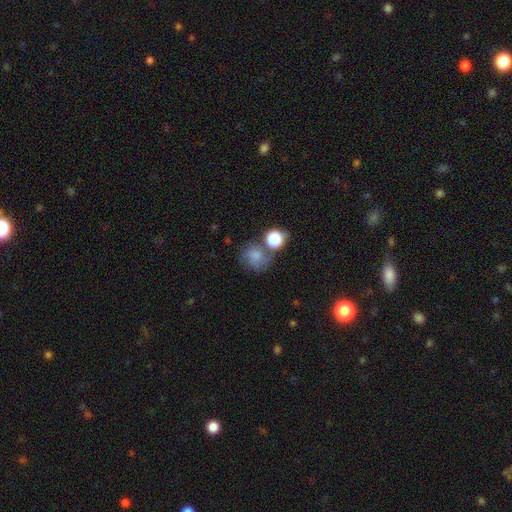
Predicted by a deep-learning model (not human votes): Q: Smooth or featured?
A: smooth (66%); runner-up: featured or disk (20%)
Q: How rounded?
A: round (79%); runner-up: in between (20%)
Q: Merging?
A: none (52%); runner-up: merger (20%)